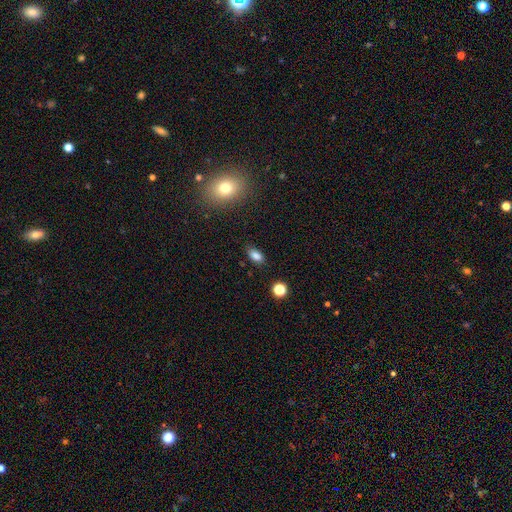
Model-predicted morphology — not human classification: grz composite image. It shows a smooth galaxy with no disk features (83%) that is in between round and cigar-shaped (88%). Merging: none (83%).